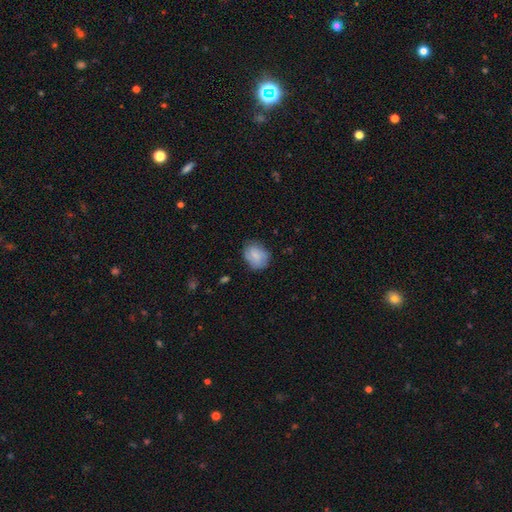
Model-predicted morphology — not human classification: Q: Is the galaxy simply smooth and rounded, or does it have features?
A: smooth — 67%.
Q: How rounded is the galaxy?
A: in between — 51%.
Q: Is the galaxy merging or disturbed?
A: none — 71%.